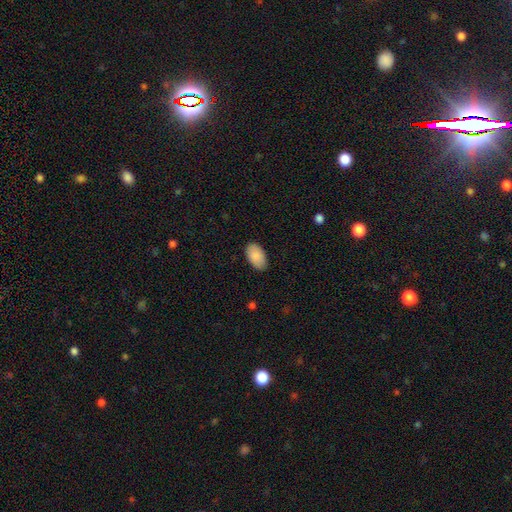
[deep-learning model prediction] This is clearly a smooth galaxy (89%). How rounded: clearly in between (95%). Merging: clearly none (85%).